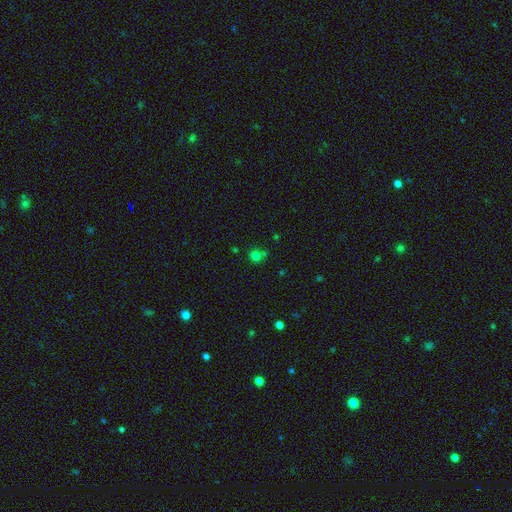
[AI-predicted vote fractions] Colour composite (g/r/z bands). It shows a smooth galaxy with no disk features (72%) that is round (88%). Merging: none (64%).